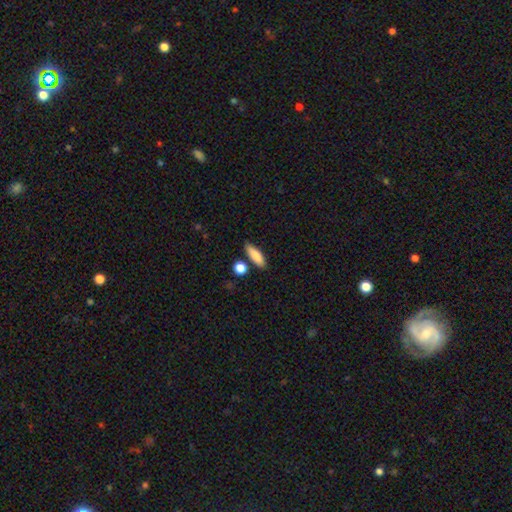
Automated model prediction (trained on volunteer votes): This appears to be a smooth galaxy with no disk features (85%) that is in between round and cigar-shaped (55%). Merging: none (78%).